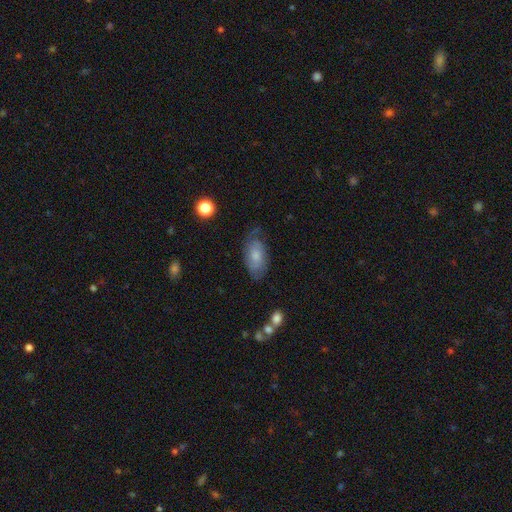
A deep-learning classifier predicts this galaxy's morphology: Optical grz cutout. It shows a smooth galaxy with no disk features (59%) that is in between round and cigar-shaped (92%). Merging: none (61%).